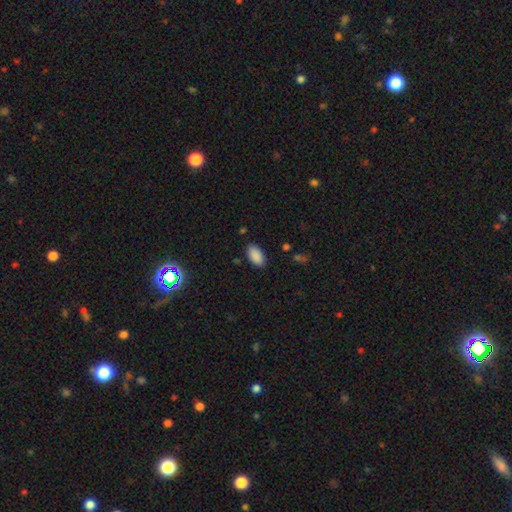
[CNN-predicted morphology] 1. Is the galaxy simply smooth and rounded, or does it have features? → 89% smooth, 8% star or artifact, 3% featured or disk.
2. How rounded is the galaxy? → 95% in between, 3% round, 2% cigar-shaped.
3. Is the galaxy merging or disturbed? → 86% none, 10% minor disturbance, 2% major disturbance, 1% merger.